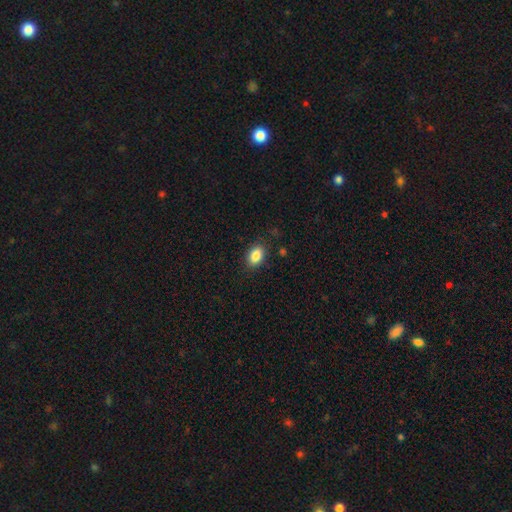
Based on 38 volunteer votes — Overall: smooth (89%). How rounded: in between (79%). Merging: none (89%).